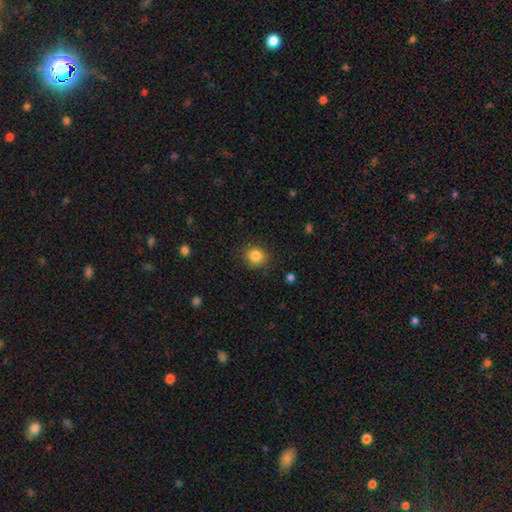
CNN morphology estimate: Smooth or featured: smooth — 85% (star or artifact — 10%)
How rounded: round — 79% (in between — 21%)
Merging: none — 85% (minor disturbance — 10%)